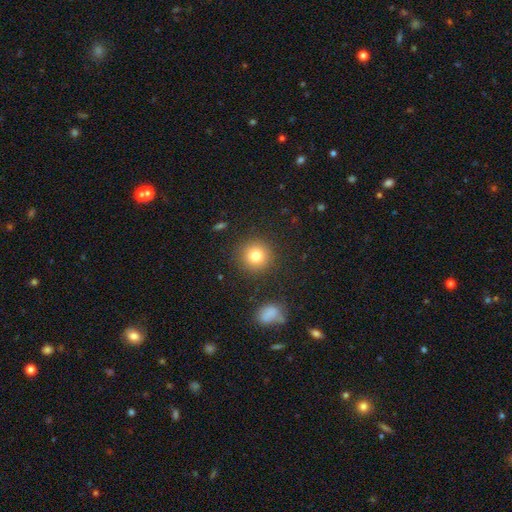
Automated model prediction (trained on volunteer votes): A smooth galaxy with no disk features (81%) that is round (93%).

Vote fractions:
- Smooth or featured? smooth: 81% / star or artifact: 11% / featured or disk: 8%
- How rounded? round: 93% / in between: 6% / cigar-shaped: 1%
- Merging? none: 88% / minor disturbance: 7% / major disturbance: 3% / merger: 2%